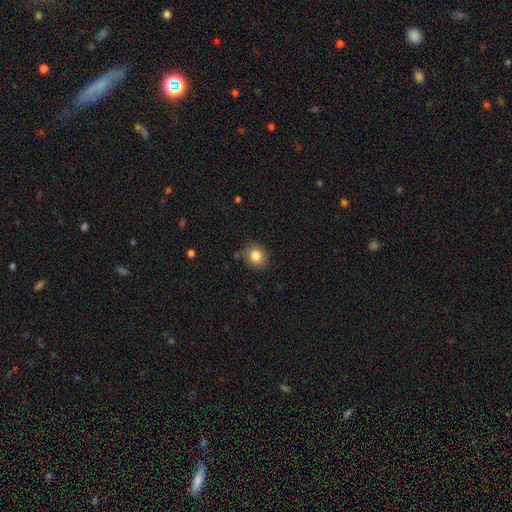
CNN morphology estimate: Smooth or featured: smooth — 83% (star or artifact — 10%)
How rounded: round — 72% (in between — 27%)
Merging: none — 82% (minor disturbance — 13%)